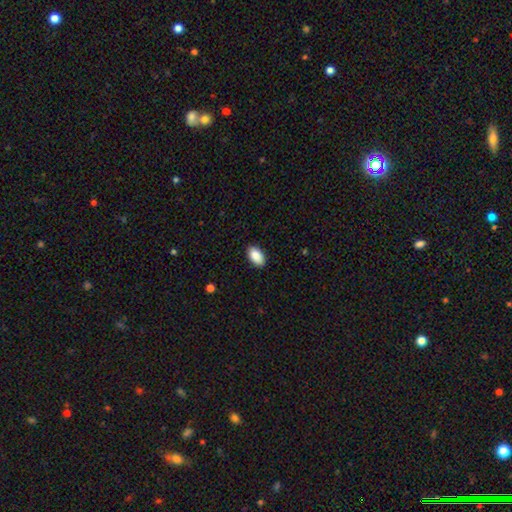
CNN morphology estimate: Smooth or featured? Predicted: smooth (p=0.88). How rounded? Predicted: in between (p=0.94). Merging? Predicted: none (p=0.88).